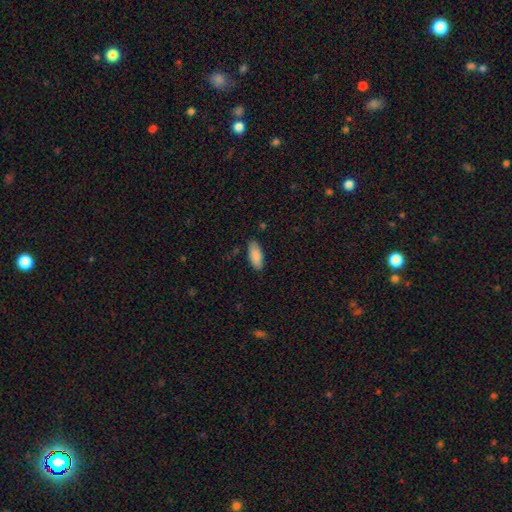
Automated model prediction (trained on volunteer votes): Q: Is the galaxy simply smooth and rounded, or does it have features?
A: smooth — 89%.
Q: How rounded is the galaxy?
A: in between — 82%.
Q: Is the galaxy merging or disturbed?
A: none — 85%.